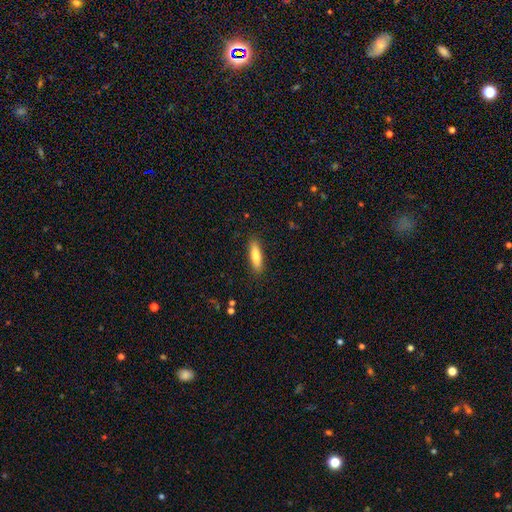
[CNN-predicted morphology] Smooth or featured? smooth (77%)
How rounded? cigar-shaped (64%)
Merging? none (88%)